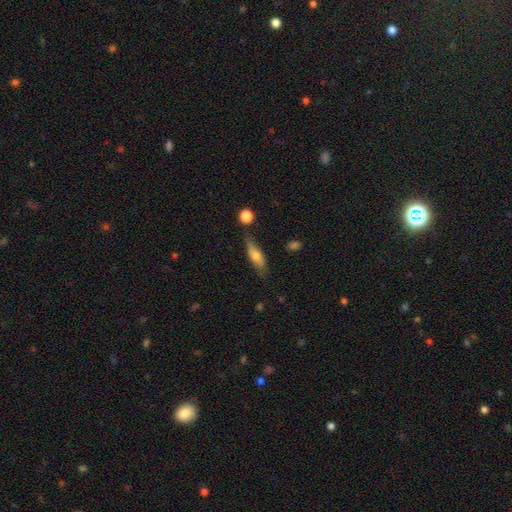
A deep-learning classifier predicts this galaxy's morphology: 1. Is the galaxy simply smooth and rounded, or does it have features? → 62% smooth, 32% featured or disk, 7% star or artifact.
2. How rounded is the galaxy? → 53% in between, 44% cigar-shaped, 3% round.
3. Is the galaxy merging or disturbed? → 66% none, 23% minor disturbance, 6% major disturbance, 5% merger.